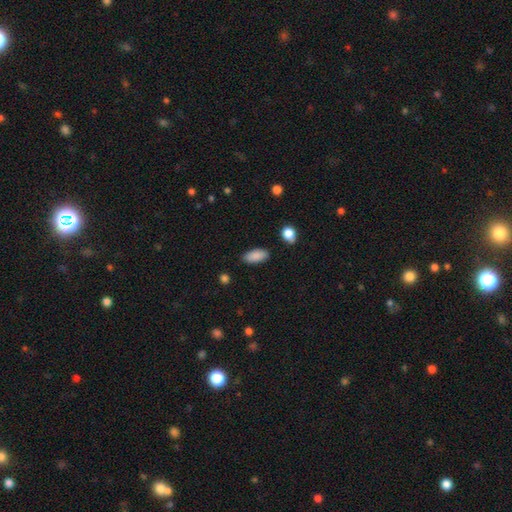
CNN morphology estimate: A smooth galaxy with no disk features (89%) that is in between round and cigar-shaped (88%). Merging: none (86%).